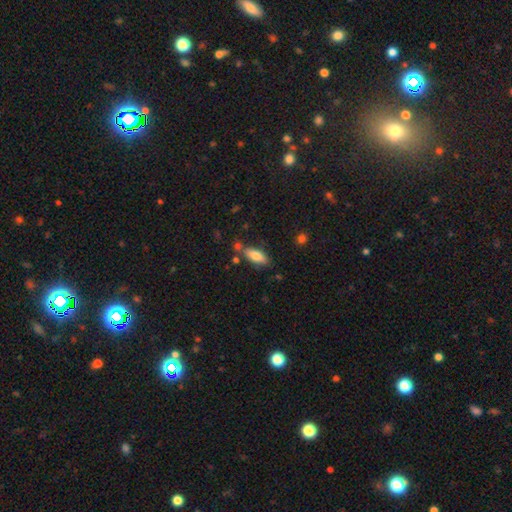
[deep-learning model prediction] Smooth or featured: smooth — 78% (featured or disk — 15%)
How rounded: in between — 74% (cigar-shaped — 24%)
Merging: none — 72% (minor disturbance — 15%)